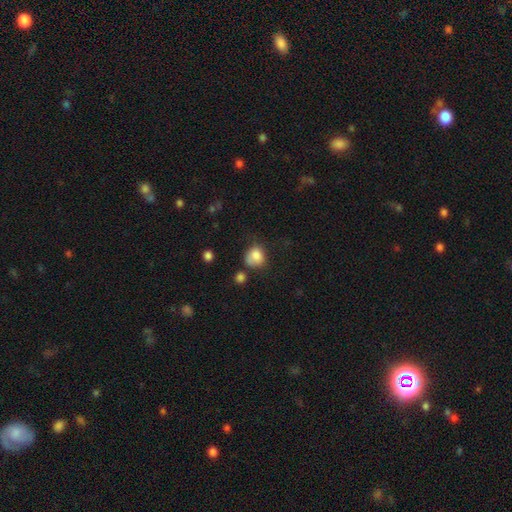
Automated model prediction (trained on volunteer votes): Q: Smooth or featured?
A: smooth (83%); runner-up: star or artifact (10%)
Q: How rounded?
A: round (63%); runner-up: in between (36%)
Q: Merging?
A: none (47%); runner-up: minor disturbance (31%)